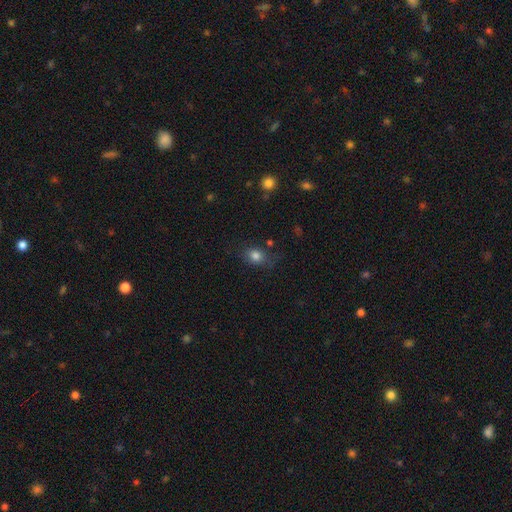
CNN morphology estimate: This is clearly a smooth galaxy (81%). How rounded: possibly round (50%). Merging: likely none (70%).